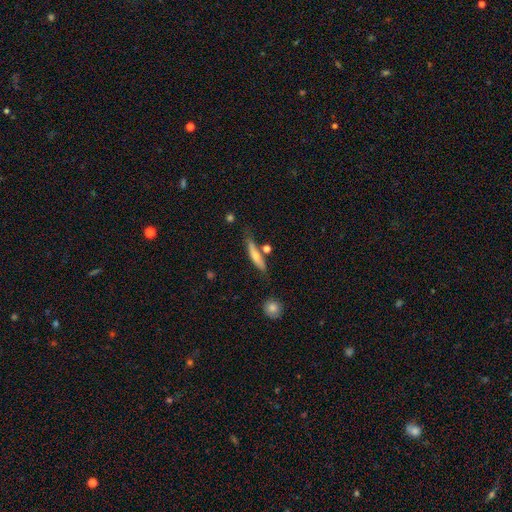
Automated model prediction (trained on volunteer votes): smooth_or_featured: smooth (p=0.60) [alt: featured or disk p=0.33]
how_rounded: cigar-shaped (p=0.82) [alt: in between p=0.16]
merging: none (p=0.66) [alt: minor disturbance p=0.19]